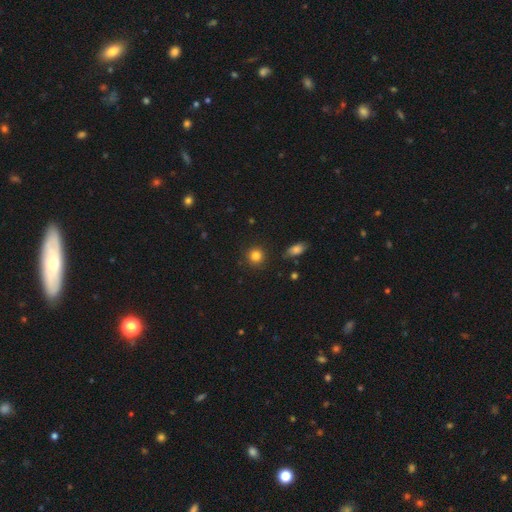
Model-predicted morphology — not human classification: type=smooth (84%); roundness=round (92%); merging=none (90%).